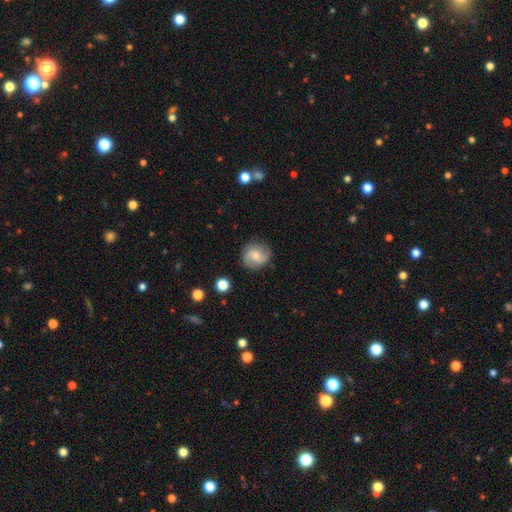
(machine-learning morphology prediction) This is possibly a featured or disk galaxy (49%). Merging: clearly none (82%).